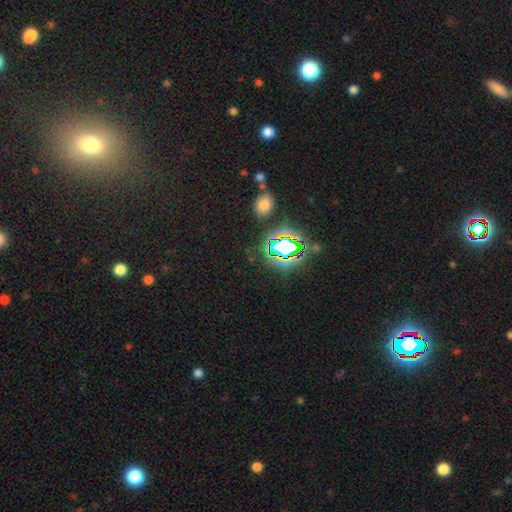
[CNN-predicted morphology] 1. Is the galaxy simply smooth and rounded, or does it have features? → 75% star or artifact, 15% smooth, 9% featured or disk.